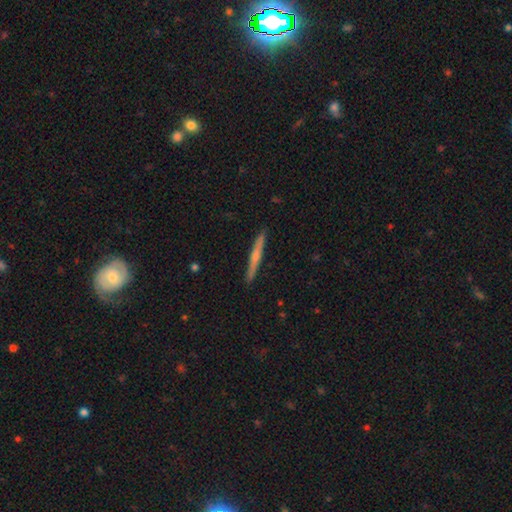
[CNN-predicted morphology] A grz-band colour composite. It shows a featured or disk galaxy (56%) viewed edge-on (97%) with a rounded central bulge (68%). Merging: none (91%).